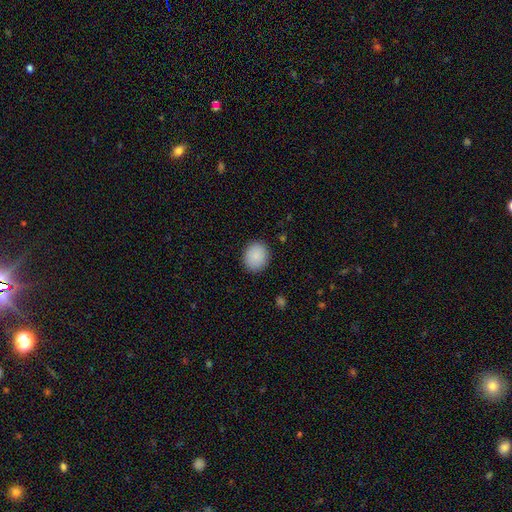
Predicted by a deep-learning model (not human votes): smooth 89%, star or artifact 7%, featured or disk 4%. Down the decision tree: how rounded — round (73%); merging — none (90%).